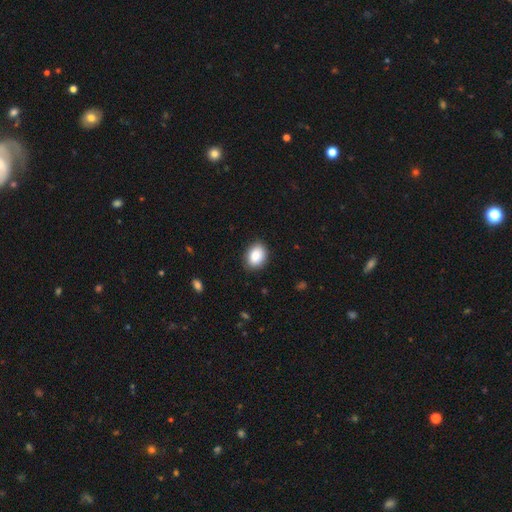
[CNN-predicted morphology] This is clearly a smooth galaxy (87%). How rounded: likely in between (71%). Merging: clearly none (87%).